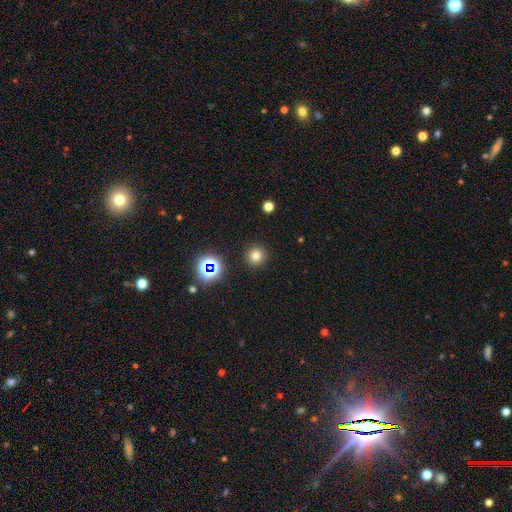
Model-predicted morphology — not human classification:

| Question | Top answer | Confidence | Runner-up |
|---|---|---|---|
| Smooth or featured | smooth | 72% | star or artifact (20%) |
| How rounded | round | 95% | in between (4%) |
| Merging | none | 90% | minor disturbance (6%) |